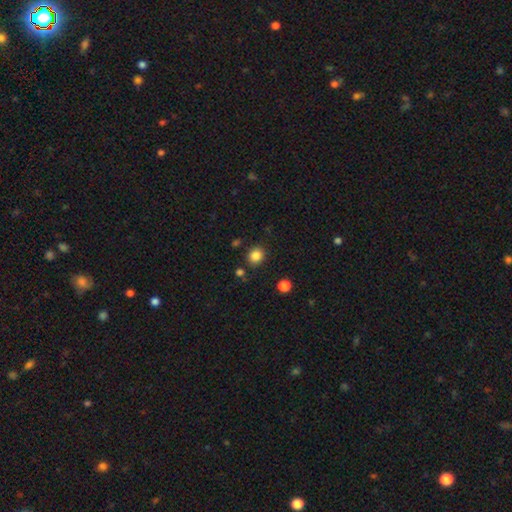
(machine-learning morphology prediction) Smooth or featured?
  - smooth: 84% *
  - star or artifact: 11%
  - featured or disk: 4%
How rounded?
  - round: 79% *
  - in between: 20%
  - cigar-shaped: 1%
Merging?
  - none: 85% *
  - minor disturbance: 9%
  - merger: 4%
  - major disturbance: 3%